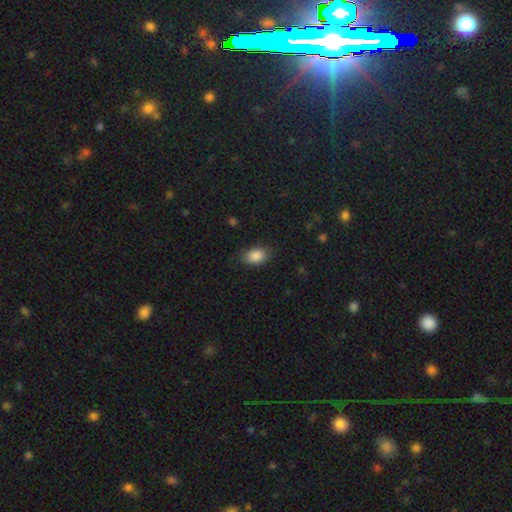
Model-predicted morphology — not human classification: A smooth galaxy with no disk features (88%) that is in between round and cigar-shaped (87%). Merging: none (77%).